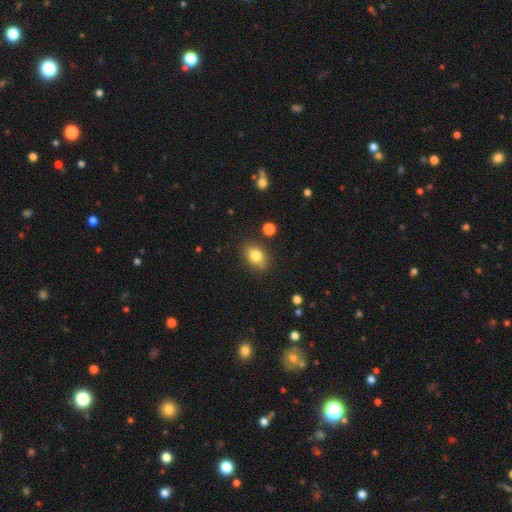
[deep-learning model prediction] smooth 81%, star or artifact 10%, featured or disk 9%. Down the decision tree: how rounded — in between (63%); merging — none (81%).